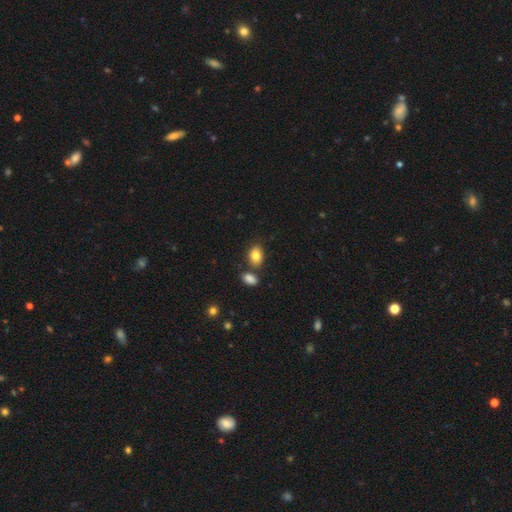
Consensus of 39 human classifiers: Morphology: type=smooth (87%); roundness=in between (82%); merging=none (60%).